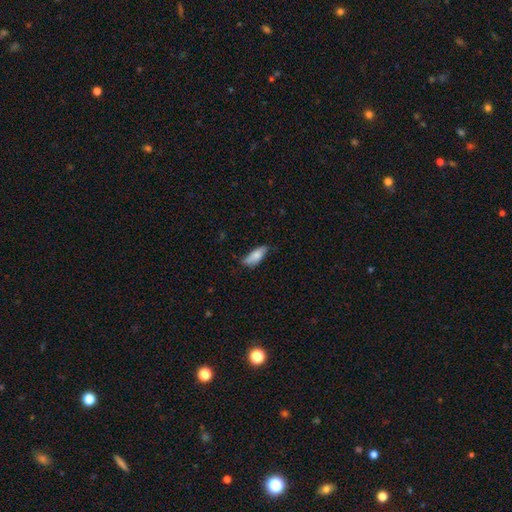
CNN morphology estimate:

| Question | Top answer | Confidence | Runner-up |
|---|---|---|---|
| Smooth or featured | smooth | 80% | featured or disk (14%) |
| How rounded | in between | 76% | cigar-shaped (22%) |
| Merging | none | 56% | minor disturbance (34%) |